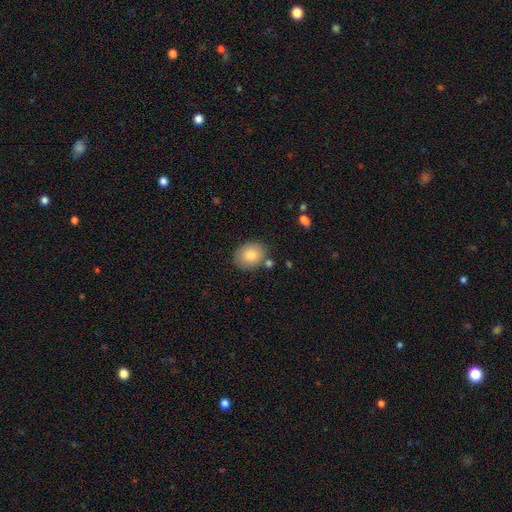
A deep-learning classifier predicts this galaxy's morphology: A smooth galaxy with no disk features (80%) that is in between round and cigar-shaped (51%). Merging: none (80%).